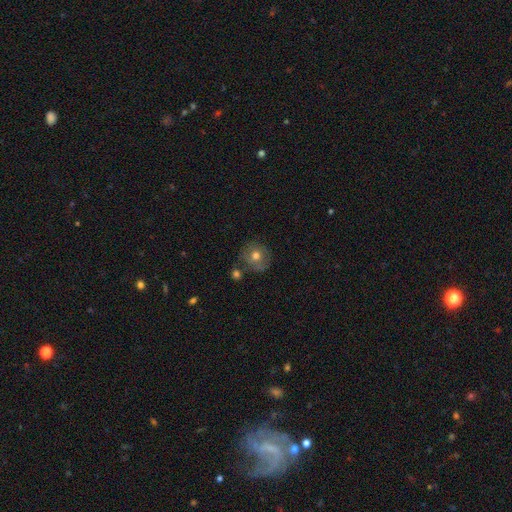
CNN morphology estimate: Smooth or featured? smooth (65%)
How rounded? round (88%)
Merging? none (74%)